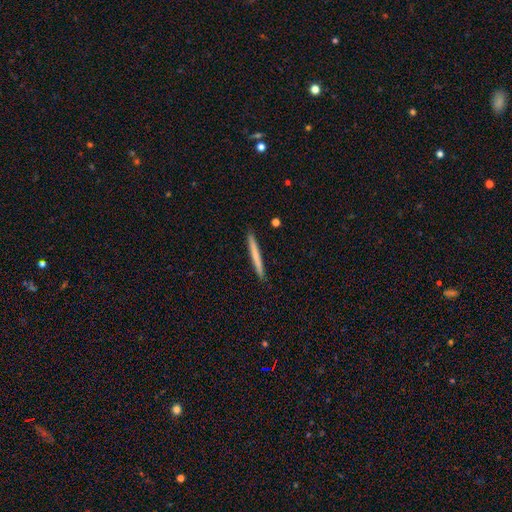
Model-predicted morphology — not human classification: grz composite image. It shows a smooth galaxy with no disk features (66%) that is cigar-shaped (97%). Merging: none (92%).